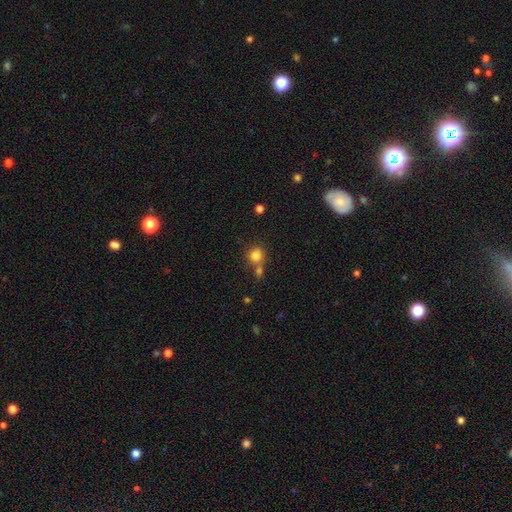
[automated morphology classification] type=smooth (82%); roundness=round (85%); merging=none (56%).